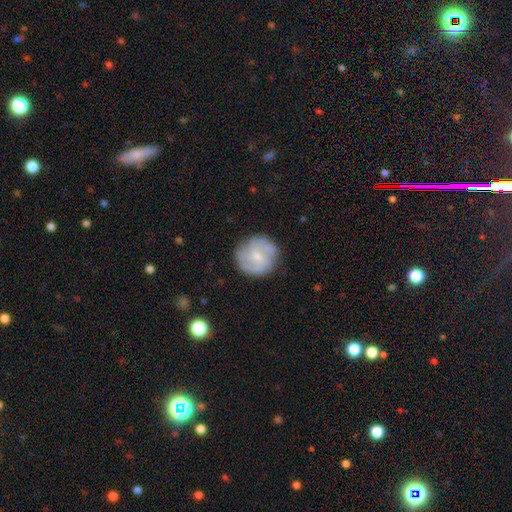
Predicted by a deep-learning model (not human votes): A featured or disk galaxy (62%) with no bar (50%), 2 (39%) medium (43%) spiral arms (84%) and a small central bulge (63%).

Vote fractions:
- Smooth or featured? featured or disk: 62% / smooth: 32% / star or artifact: 6%
- Edge-on disk? no: 98% / yes: 2%
- Bar? no: 50% / weak: 43% / strong: 8%
- Spiral arms? yes: 84% / no: 16%
- Spiral winding? medium: 43% / tight: 40% / loose: 17%
- Spiral arm count? 2: 39% / can't tell: 29% / 3: 19% / 4: 5% / 1: 4% / more than 4: 4%
- Bulge size? small: 63% / moderate: 30% / none: 5% / large: 1% / dominant: 1%
- Merging? none: 79% / minor disturbance: 15% / major disturbance: 5% / merger: 1%